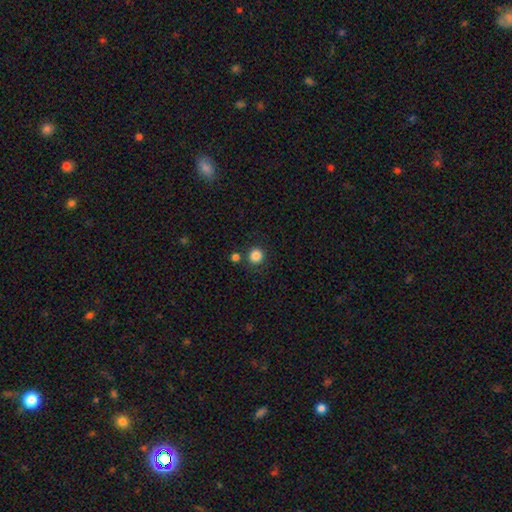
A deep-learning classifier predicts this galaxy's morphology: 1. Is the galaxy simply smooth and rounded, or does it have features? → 85% smooth, 11% star or artifact, 3% featured or disk.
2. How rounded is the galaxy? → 95% round, 5% in between, 1% cigar-shaped.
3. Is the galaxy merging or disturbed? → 85% none, 6% merger, 6% minor disturbance, 2% major disturbance.